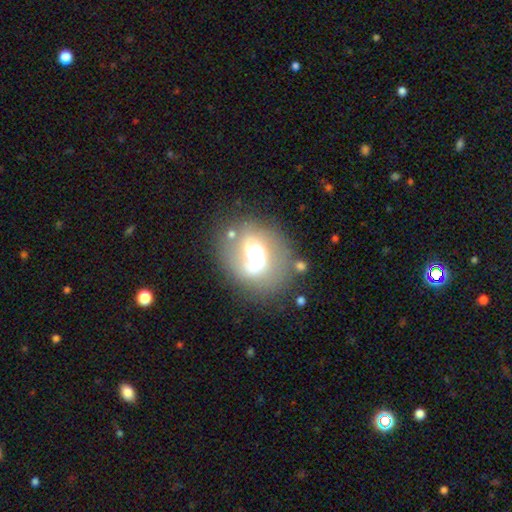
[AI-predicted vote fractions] This is possibly a featured or disk galaxy (54%). It is clearly not viewed edge-on (96%). Bar: marginally weak (41%). Spiral arm pattern: possibly yes (60%). Central bulge: marginally moderate (42%). Merging: possibly none (52%).